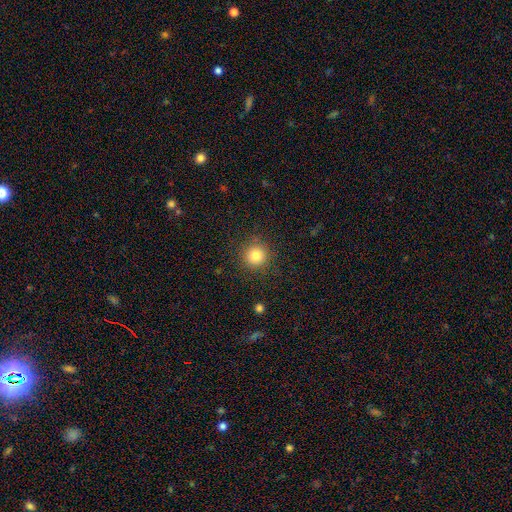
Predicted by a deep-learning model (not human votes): The model was most divided on "smooth or featured": smooth: 81%, star or artifact: 12%, featured or disk: 7%. More confident: how rounded — round (95%); merging — none (89%).